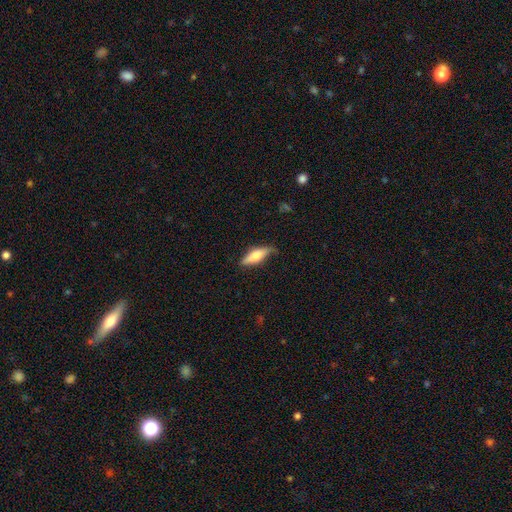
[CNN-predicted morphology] Overall: smooth (57%; featured or disk 37%). How rounded: in between (50%; cigar-shaped 48%). Merging: none (68%).